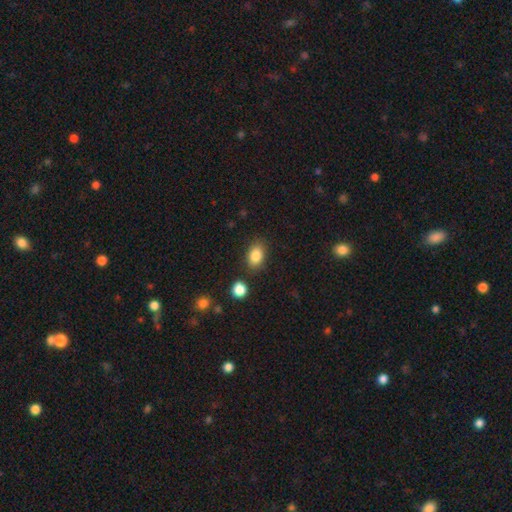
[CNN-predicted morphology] smooth-or-featured: smooth: 85% | star or artifact: 9% | featured or disk: 6%
  how-rounded: in between: 81% | round: 17% | cigar-shaped: 1%
  merging: none: 81% | minor disturbance: 12% | merger: 4% | major disturbance: 3%